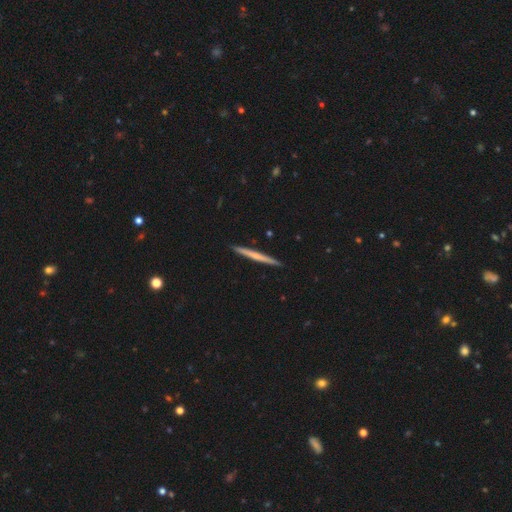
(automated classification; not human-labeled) A featured or disk galaxy (53%) viewed edge-on (98%) with no central bulge (61%).

Vote fractions:
- Smooth or featured? featured or disk: 53% / smooth: 42% / star or artifact: 5%
- Edge-on disk? yes: 98% / no: 2%
- Edge-on bulge? none: 61% / rounded: 34% / boxy: 5%
- Merging? none: 92% / minor disturbance: 6% / merger: 1% / major disturbance: 1%